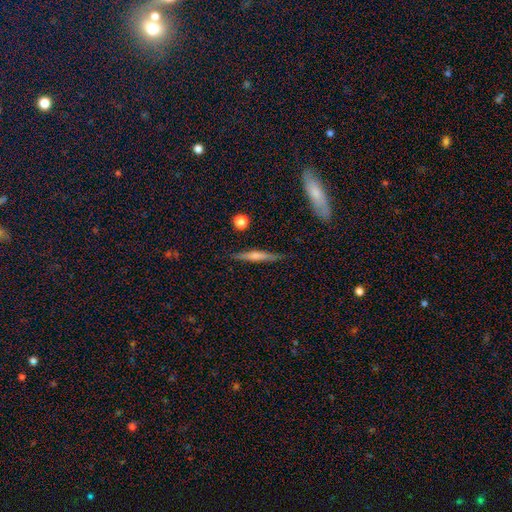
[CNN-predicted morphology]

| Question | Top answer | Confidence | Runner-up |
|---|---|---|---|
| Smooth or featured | featured or disk | 62% | smooth (30%) |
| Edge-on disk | yes | 96% | no (4%) |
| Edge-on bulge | rounded | 70% | none (19%) |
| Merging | none | 87% | minor disturbance (9%) |